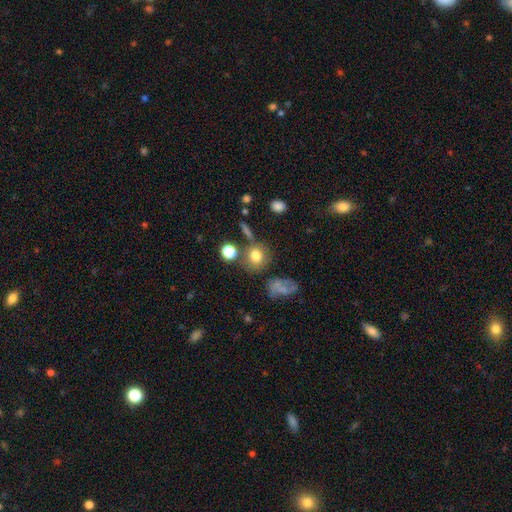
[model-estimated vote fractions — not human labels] A smooth galaxy with no disk features (76%) that is round (79%).

Vote fractions:
- Smooth or featured? smooth: 76% / star or artifact: 12% / featured or disk: 12%
- How rounded? round: 79% / in between: 20% / cigar-shaped: 2%
- Merging? none: 65% / merger: 15% / minor disturbance: 14% / major disturbance: 7%